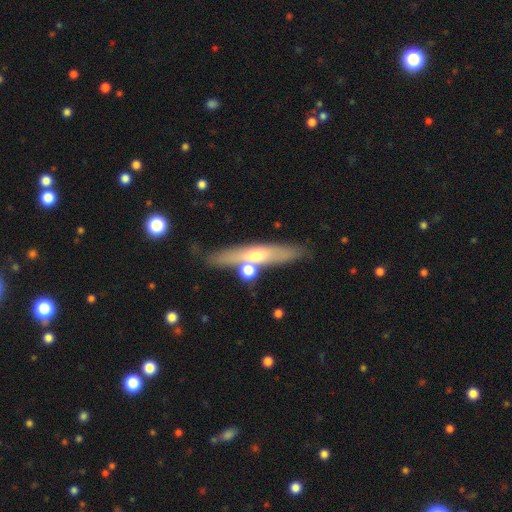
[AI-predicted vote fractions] smooth_or_featured: featured or disk (p=0.48) [alt: smooth p=0.45]
merging: none (p=0.71) [alt: merger p=0.14]